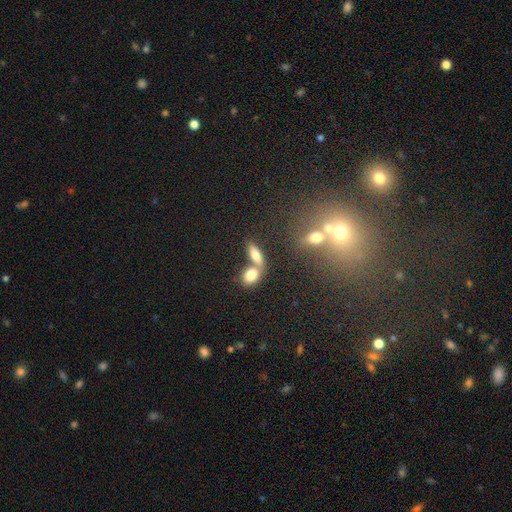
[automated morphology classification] type=smooth (74%); roundness=in between (68%); merging=merger (47%).